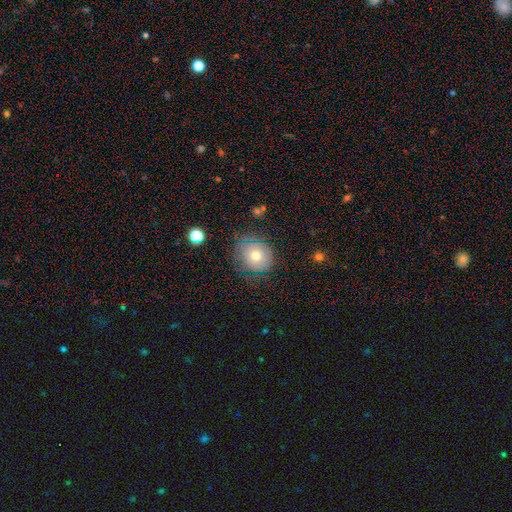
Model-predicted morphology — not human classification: Smooth or featured?
  - smooth: 63% *
  - featured or disk: 24%
  - star or artifact: 13%
How rounded?
  - round: 78% *
  - in between: 21%
  - cigar-shaped: 1%
Merging?
  - none: 71% *
  - minor disturbance: 19%
  - major disturbance: 7%
  - merger: 2%